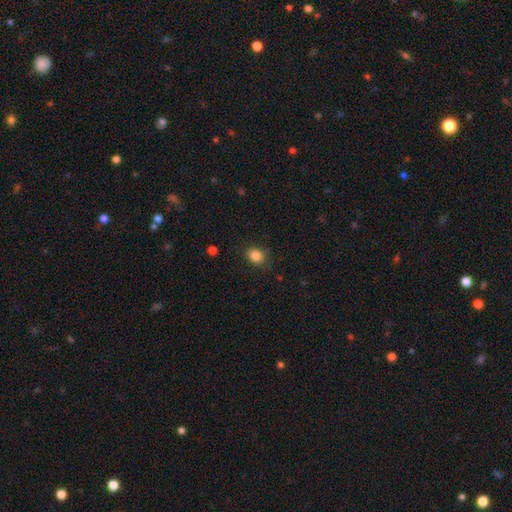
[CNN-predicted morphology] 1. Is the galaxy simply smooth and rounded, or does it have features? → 85% smooth, 10% star or artifact, 5% featured or disk.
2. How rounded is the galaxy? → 51% in between, 48% round, 1% cigar-shaped.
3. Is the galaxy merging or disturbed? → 83% none, 13% minor disturbance, 3% major disturbance, 1% merger.